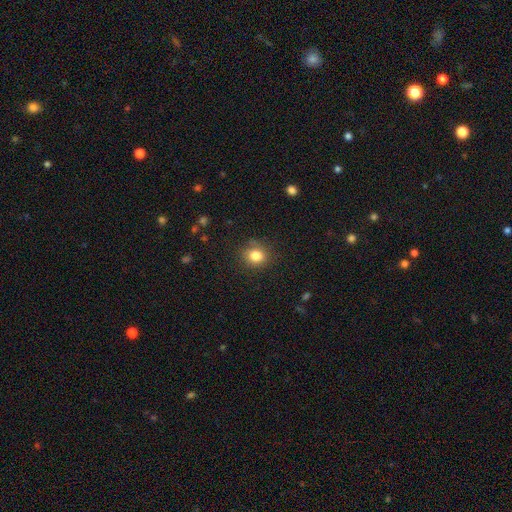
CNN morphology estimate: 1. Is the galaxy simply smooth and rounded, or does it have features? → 83% smooth, 11% star or artifact, 6% featured or disk.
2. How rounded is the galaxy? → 76% round, 23% in between, 1% cigar-shaped.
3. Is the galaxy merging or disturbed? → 82% none, 13% minor disturbance, 4% major disturbance, 2% merger.